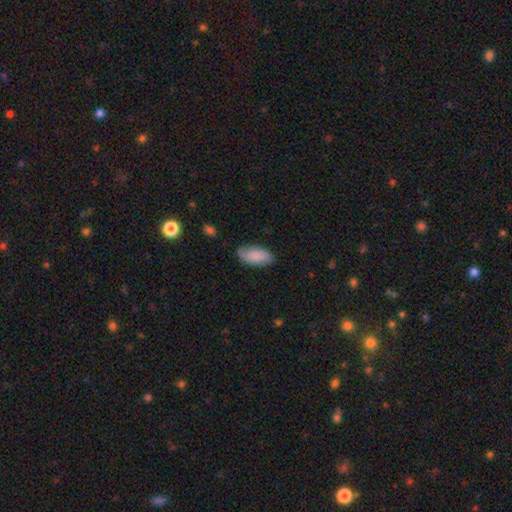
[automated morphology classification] A smooth galaxy with no disk features (76%) that is in between round and cigar-shaped (92%).

Vote fractions:
- Smooth or featured? smooth: 76% / featured or disk: 18% / star or artifact: 7%
- How rounded? in between: 92% / cigar-shaped: 6% / round: 2%
- Merging? none: 75% / minor disturbance: 19% / major disturbance: 4% / merger: 1%